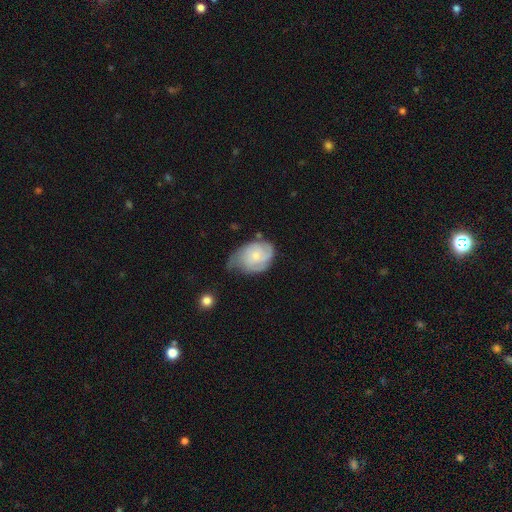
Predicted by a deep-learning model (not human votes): Morphology: type=featured or disk (53%); edge-on=no (97%); bar=no (77%); spiral arms=yes (81%); bulge=small (58%); merging=minor disturbance (43%).